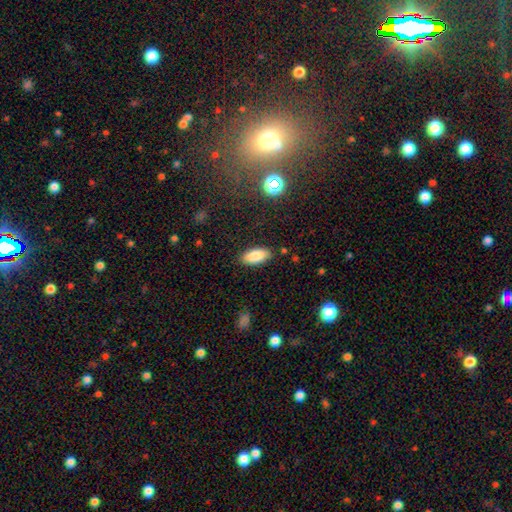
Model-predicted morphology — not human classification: The model was most divided on "merging": none: 86%, minor disturbance: 10%, major disturbance: 2%, merger: 2%. More confident: how rounded — in between (89%); smooth or featured — smooth (85%).